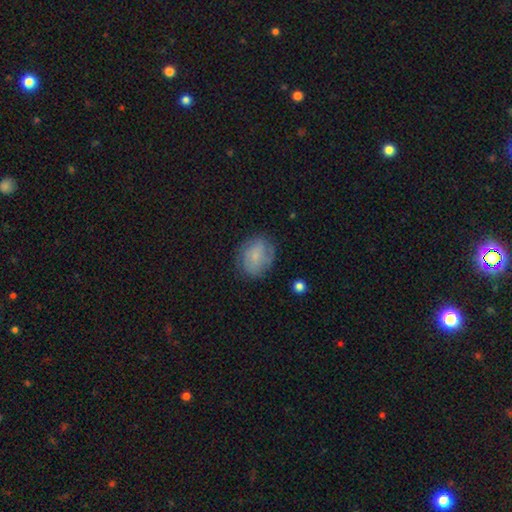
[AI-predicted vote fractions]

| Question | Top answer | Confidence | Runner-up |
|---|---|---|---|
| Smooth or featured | smooth | 57% | featured or disk (35%) |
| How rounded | round | 54% | in between (45%) |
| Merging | none | 73% | minor disturbance (18%) |